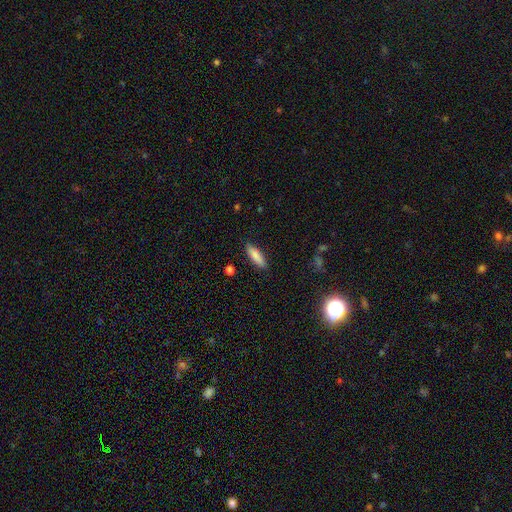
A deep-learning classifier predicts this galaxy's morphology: smooth_or_featured: smooth (p=0.84) [alt: featured or disk p=0.10]
how_rounded: cigar-shaped (p=0.53) [alt: in between p=0.46]
merging: none (p=0.87) [alt: minor disturbance p=0.10]